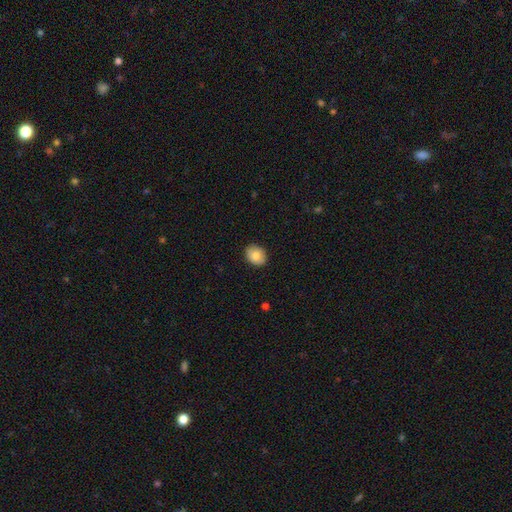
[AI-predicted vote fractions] smooth-or-featured: smooth: 81% | featured or disk: 11% | star or artifact: 8%
  how-rounded: round: 53% | in between: 46% | cigar-shaped: 1%
  merging: none: 88% | minor disturbance: 9% | major disturbance: 2% | merger: 1%